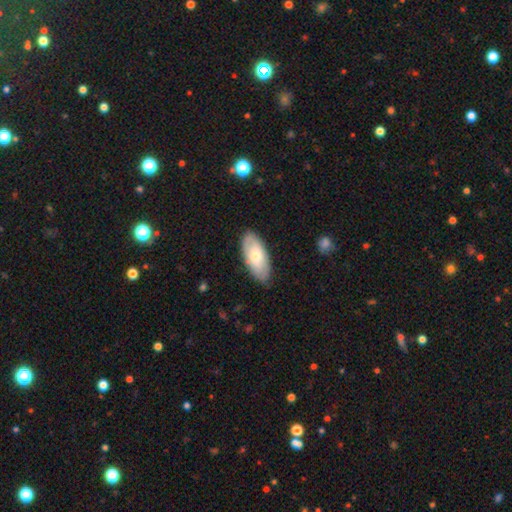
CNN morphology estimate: This appears to be a smooth galaxy with no disk features (61%) that is in between round and cigar-shaped (90%). Merging: none (83%).